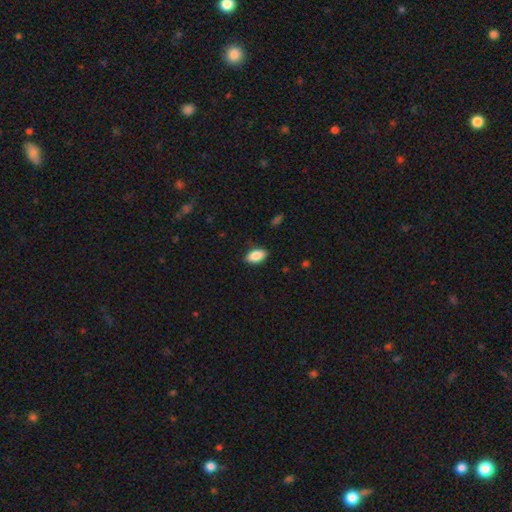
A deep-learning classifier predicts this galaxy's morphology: Smooth or featured: smooth — 88% (star or artifact — 7%)
How rounded: in between — 93% (round — 5%)
Merging: none — 87% (minor disturbance — 10%)